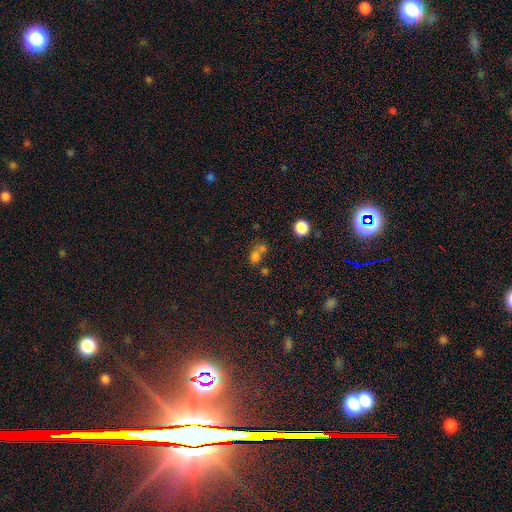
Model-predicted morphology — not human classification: This appears to be a smooth galaxy with no disk features (70%) that is round (55%). Merging: merger (48%).